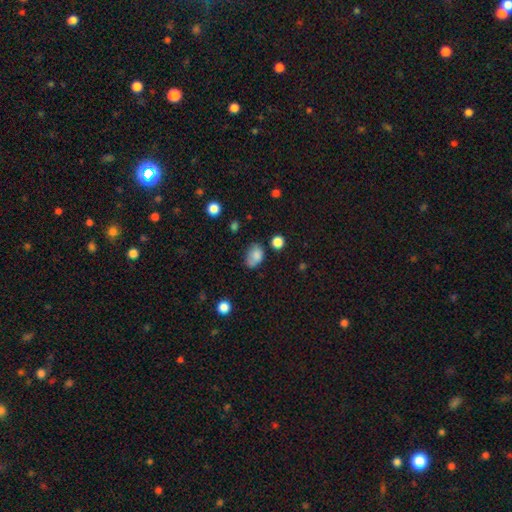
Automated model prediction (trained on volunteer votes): This appears to be a smooth galaxy with no disk features (81%) that is in between round and cigar-shaped (78%). Merging: none (51%).